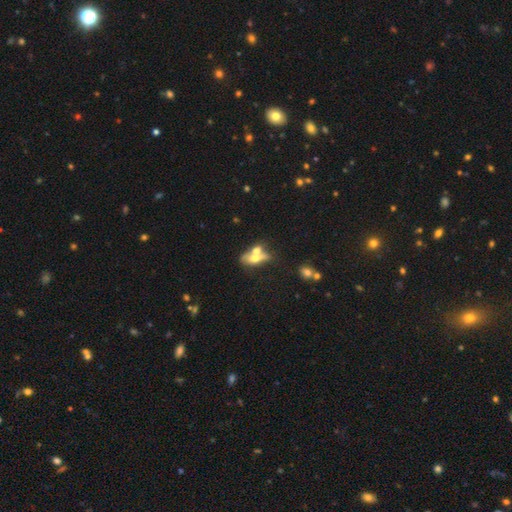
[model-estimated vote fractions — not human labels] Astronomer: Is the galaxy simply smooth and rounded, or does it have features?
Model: smooth — 53% (runner-up: featured or disk, 38%).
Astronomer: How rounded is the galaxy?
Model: in between — 69%.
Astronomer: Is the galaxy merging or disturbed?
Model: merger — 58%.